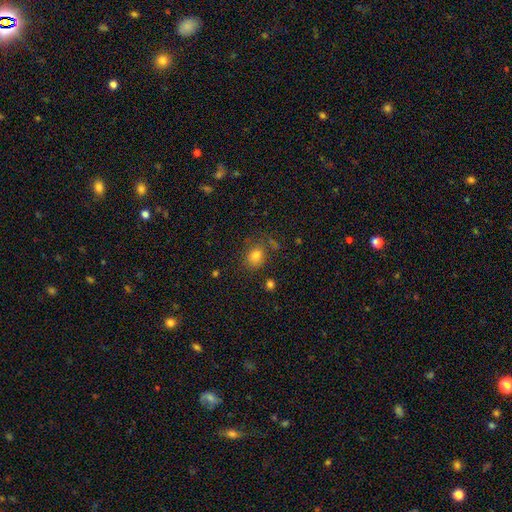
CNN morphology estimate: Smooth or featured? smooth (79%)
How rounded? round (56%)
Merging? none (71%)